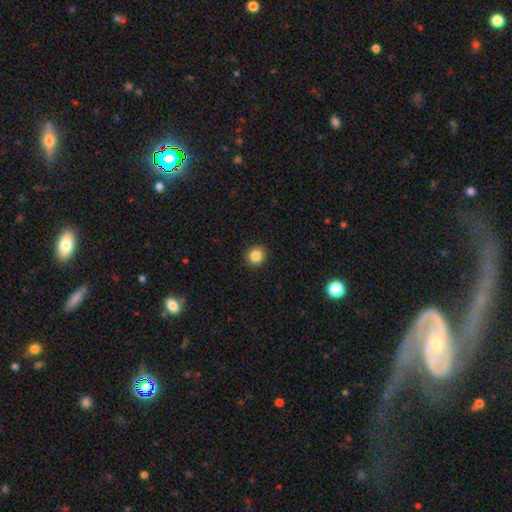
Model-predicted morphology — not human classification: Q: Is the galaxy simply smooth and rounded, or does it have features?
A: smooth — 86%.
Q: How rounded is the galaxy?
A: round — 88%.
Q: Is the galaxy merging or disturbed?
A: none — 92%.